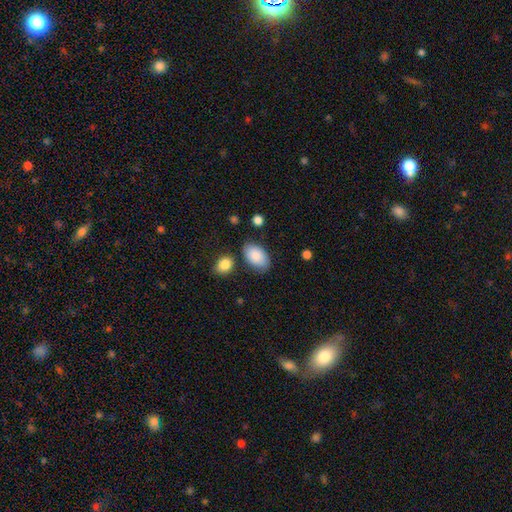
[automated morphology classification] The model was most divided on "merging": none: 76%, minor disturbance: 15%, merger: 5%, major disturbance: 4%. More confident: how rounded — in between (93%); smooth or featured — smooth (87%).